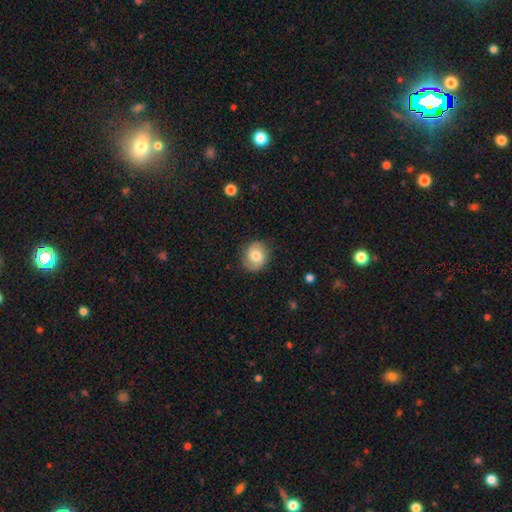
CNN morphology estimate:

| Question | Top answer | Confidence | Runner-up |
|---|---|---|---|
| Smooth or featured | smooth | 55% | featured or disk (37%) |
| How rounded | round | 72% | in between (27%) |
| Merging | none | 81% | minor disturbance (14%) |